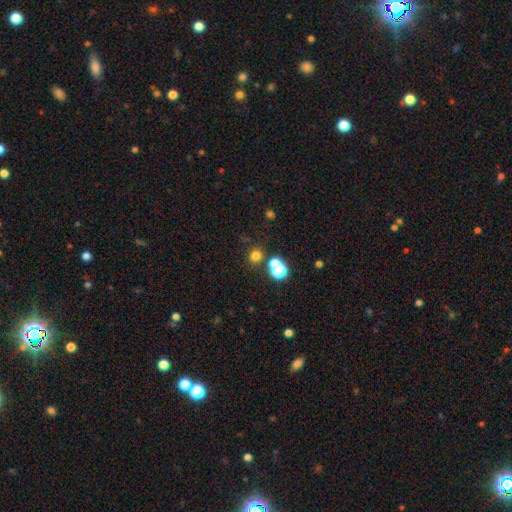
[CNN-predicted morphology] Smooth or featured? smooth (70%)
How rounded? round (90%)
Merging? none (74%)